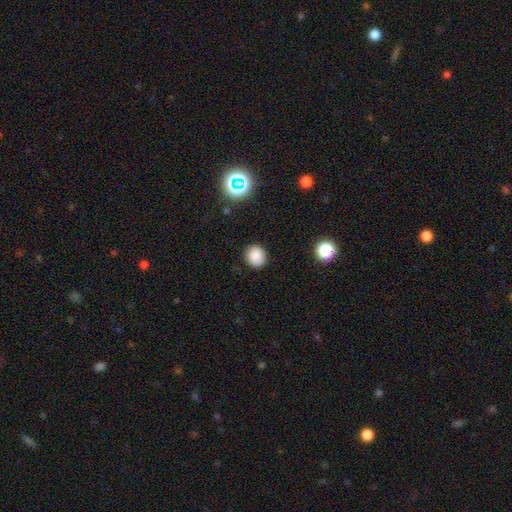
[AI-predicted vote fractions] Smooth or featured? smooth (84%)
How rounded? round (80%)
Merging? none (88%)